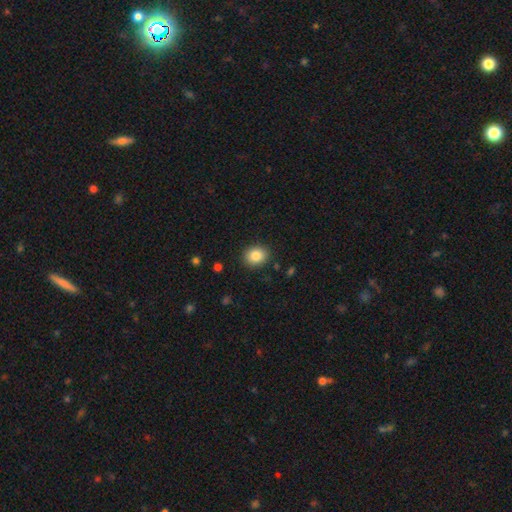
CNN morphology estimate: Smooth or featured? Predicted: smooth (p=0.85). How rounded? Predicted: round (p=0.63). Merging? Predicted: none (p=0.89).